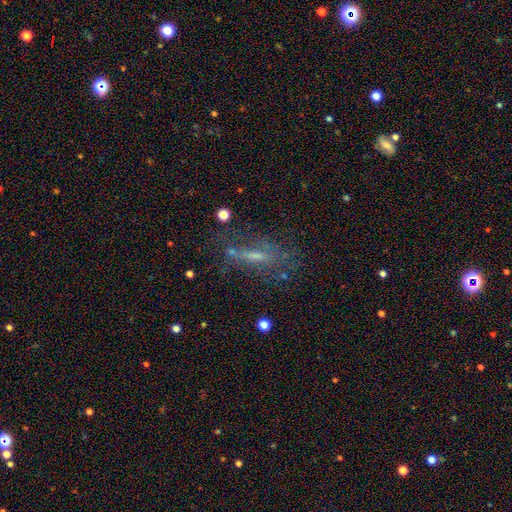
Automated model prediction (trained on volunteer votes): Morphology: type=featured or disk (50%); edge-on=no (60%); merging=none (56%).